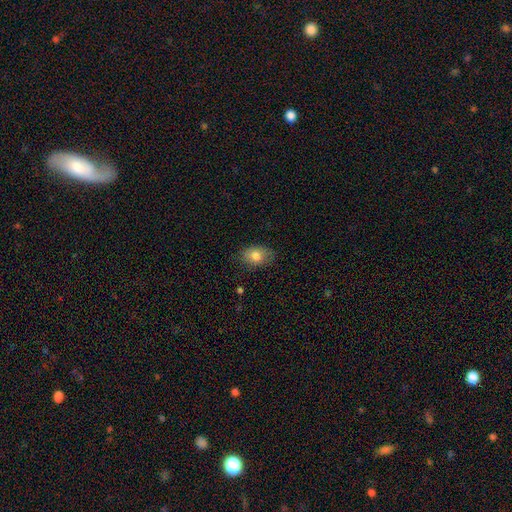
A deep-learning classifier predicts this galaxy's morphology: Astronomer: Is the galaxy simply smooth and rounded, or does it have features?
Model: smooth — 81%.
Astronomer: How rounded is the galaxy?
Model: in between — 79%.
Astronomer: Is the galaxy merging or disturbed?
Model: none — 79%.